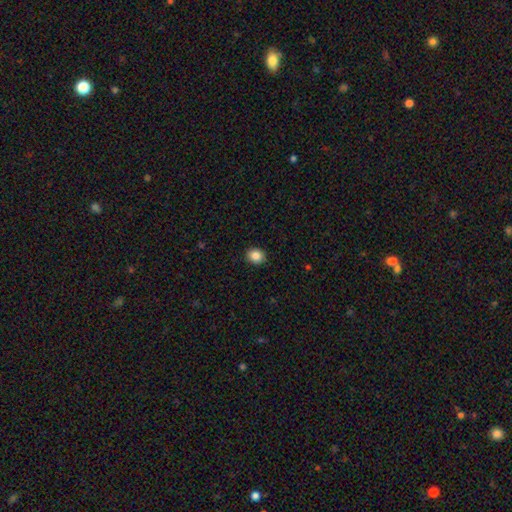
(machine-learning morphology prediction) smooth 86%, star or artifact 10%, featured or disk 4%. Down the decision tree: how rounded — round (75%); merging — none (91%).